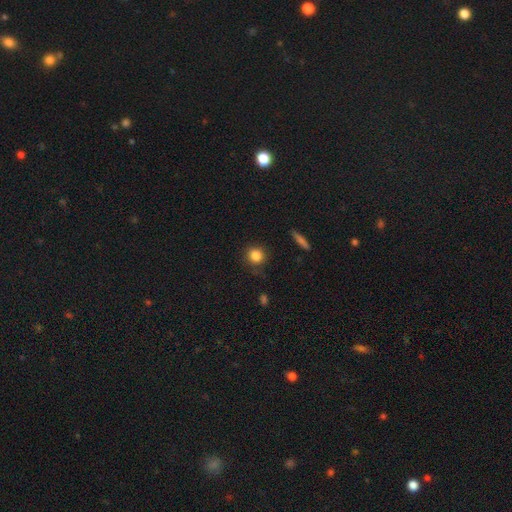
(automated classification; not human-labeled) Overall: smooth (84%). How rounded: round (91%). Merging: none (83%).